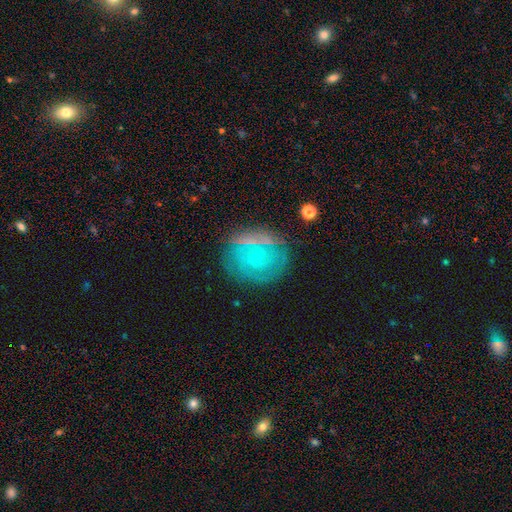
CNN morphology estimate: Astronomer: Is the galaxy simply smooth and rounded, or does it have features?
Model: featured or disk — 48% (runner-up: smooth, 38%).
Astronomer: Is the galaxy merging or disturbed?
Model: none — 67%.